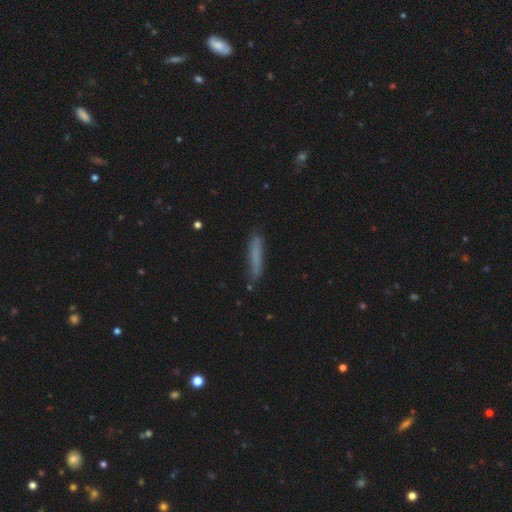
smooth 67%, featured or disk 28%, star or artifact 5%. Down the decision tree: how rounded — cigar-shaped (96%); merging — none (76%).